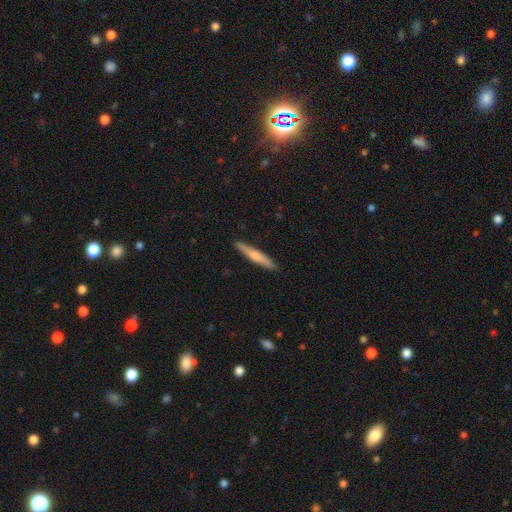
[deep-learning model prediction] Q: Smooth or featured?
A: smooth (58%); runner-up: featured or disk (37%)
Q: How rounded?
A: cigar-shaped (93%); runner-up: in between (5%)
Q: Merging?
A: none (91%); runner-up: minor disturbance (7%)